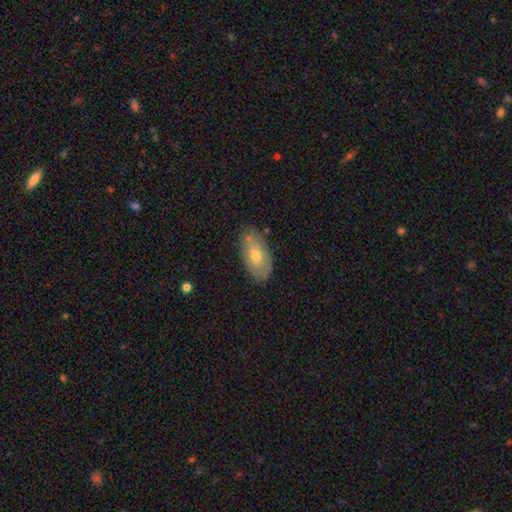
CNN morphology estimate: Smooth or featured? Predicted: smooth (p=0.58). How rounded? Predicted: in between (p=0.92). Merging? Predicted: none (p=0.75).